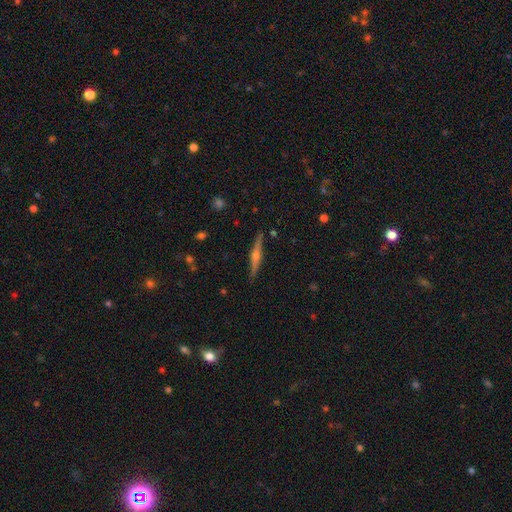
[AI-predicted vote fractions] Smooth or featured? Predicted: featured or disk (p=0.74). Edge-on disk? Predicted: yes (p=0.98). Edge-on bulge? Predicted: rounded (p=0.88). Merging? Predicted: none (p=0.90).